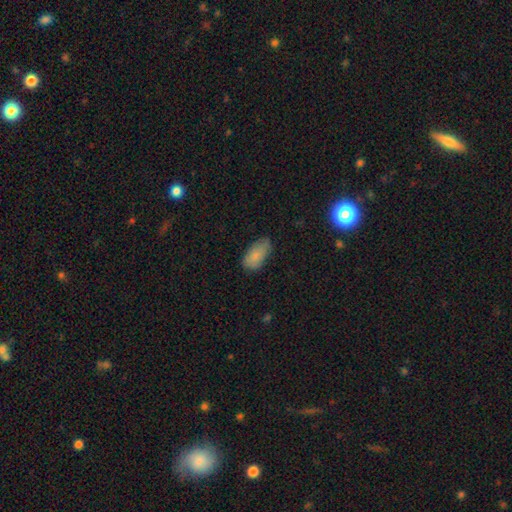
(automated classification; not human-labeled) Smooth or featured: smooth — 83% (featured or disk — 10%)
How rounded: in between — 93% (cigar-shaped — 4%)
Merging: none — 71% (minor disturbance — 23%)